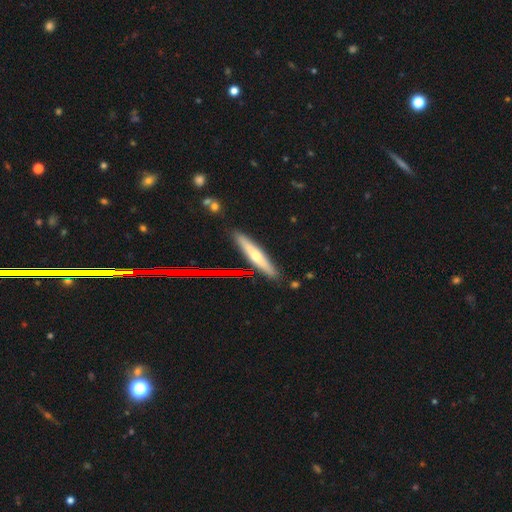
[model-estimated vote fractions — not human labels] The model was most divided on "smooth or featured": smooth: 47%, featured or disk: 44%, star or artifact: 8%. More confident: merging — none (86%).